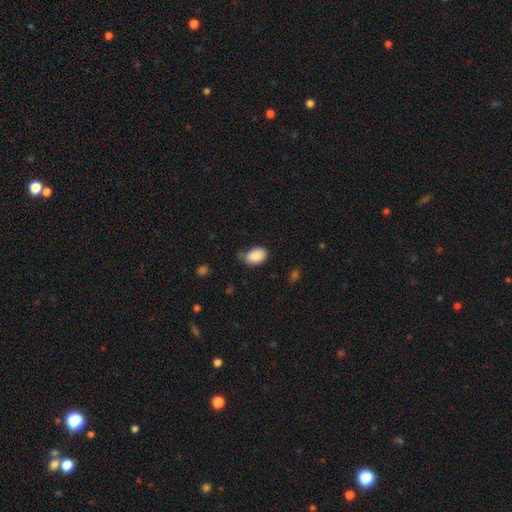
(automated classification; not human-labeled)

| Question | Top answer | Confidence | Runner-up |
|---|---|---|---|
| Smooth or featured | smooth | 88% | star or artifact (7%) |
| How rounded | in between | 83% | round (16%) |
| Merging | none | 58% | minor disturbance (32%) |